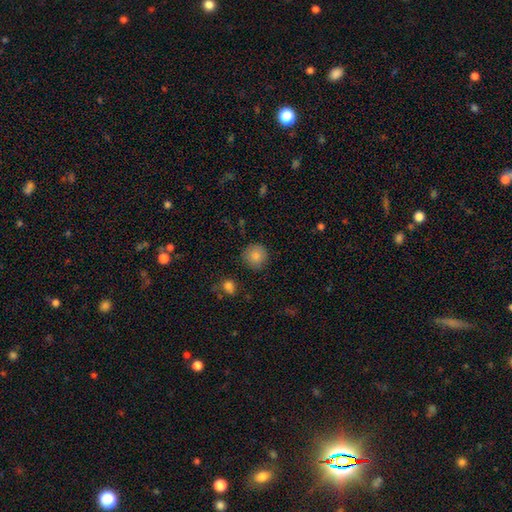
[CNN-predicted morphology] A smooth galaxy with no disk features (86%) that is round (93%). Merging: none (87%).